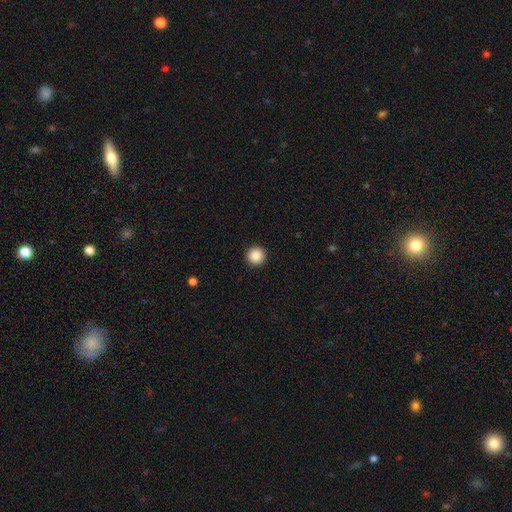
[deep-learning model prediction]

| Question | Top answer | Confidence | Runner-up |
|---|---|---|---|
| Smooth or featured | smooth | 88% | star or artifact (9%) |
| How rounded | round | 96% | in between (3%) |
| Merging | none | 94% | minor disturbance (4%) |